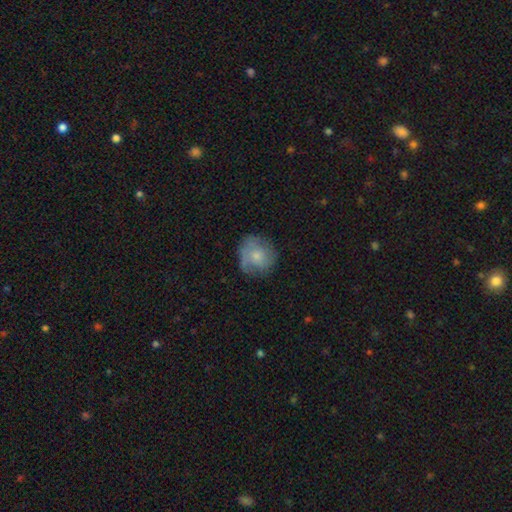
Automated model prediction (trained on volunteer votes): Smooth or featured: smooth — 60% (featured or disk — 32%)
How rounded: round — 81% (in between — 18%)
Merging: none — 66% (minor disturbance — 23%)